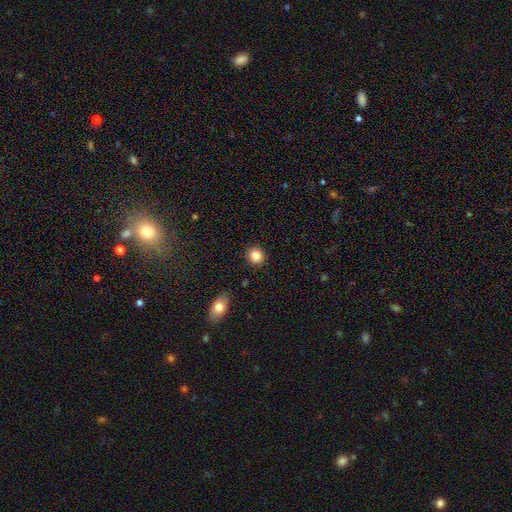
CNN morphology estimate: type=smooth (84%); roundness=round (89%); merging=none (91%).